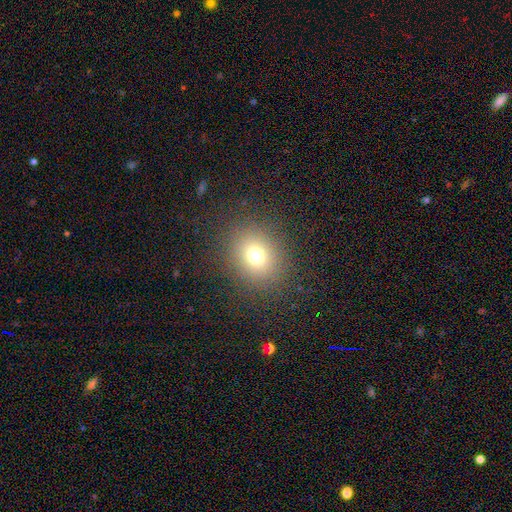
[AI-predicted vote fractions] Smooth or featured? Predicted: smooth (p=0.71). How rounded? Predicted: round (p=0.73). Merging? Predicted: none (p=0.87).